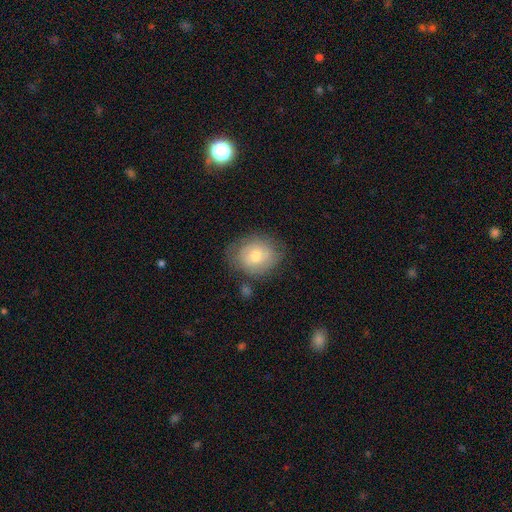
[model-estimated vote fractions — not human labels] Smooth or featured? Predicted: smooth (p=0.60). How rounded? Predicted: round (p=0.68). Merging? Predicted: none (p=0.68).